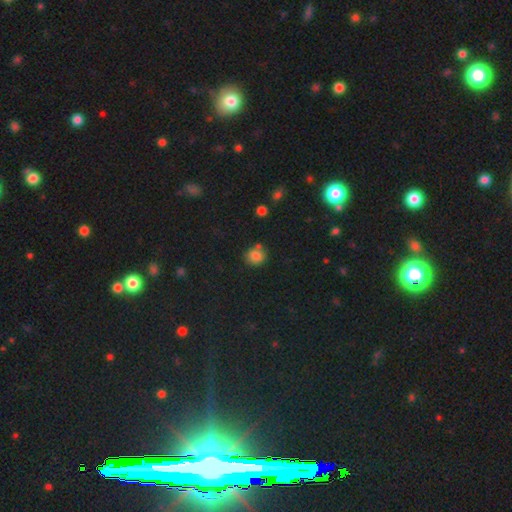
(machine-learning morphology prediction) type=smooth (80%); roundness=round (79%); merging=none (68%).